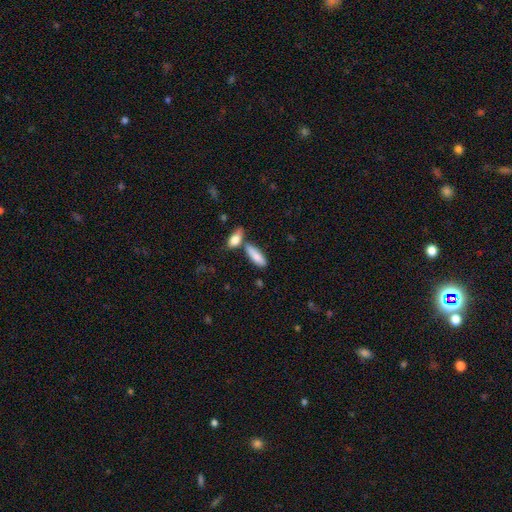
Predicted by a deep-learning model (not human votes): Overall: smooth (79%). How rounded: in between (58%; cigar-shaped 39%). Merging: none (55%; merger 28%).